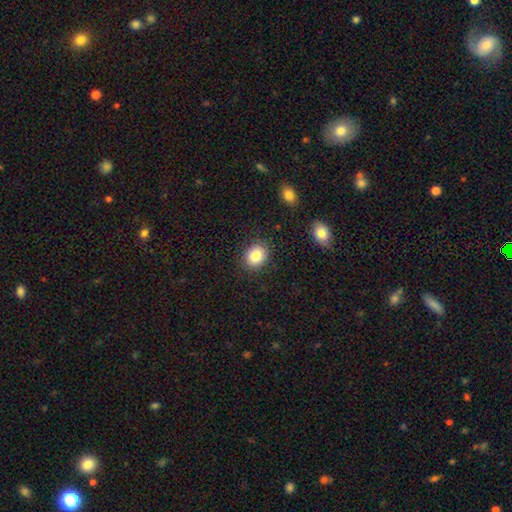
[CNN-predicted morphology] smooth 83%, star or artifact 9%, featured or disk 8%. Down the decision tree: how rounded — round (57%); merging — none (87%).